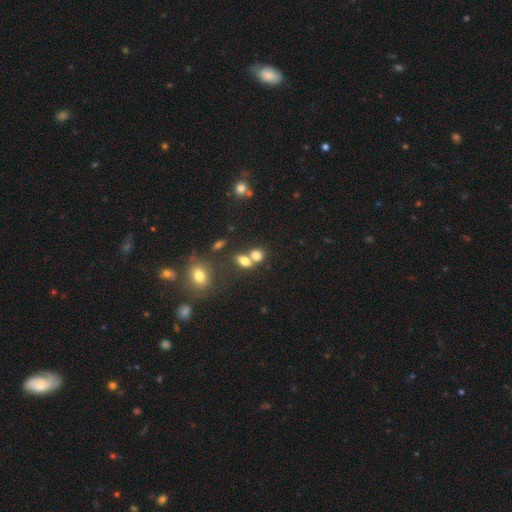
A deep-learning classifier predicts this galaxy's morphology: A smooth galaxy with no disk features (76%) that is in between round and cigar-shaped (50%). Merging: merger (52%).